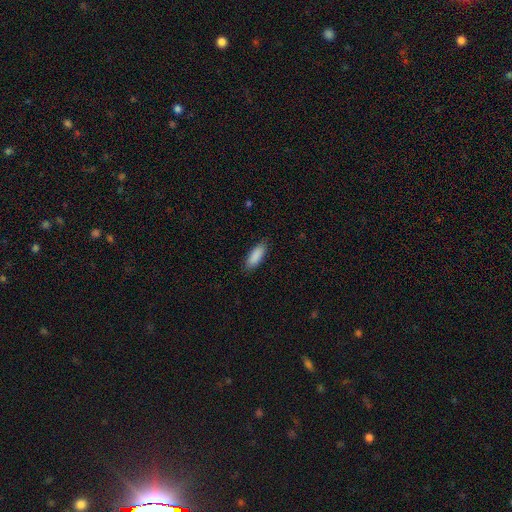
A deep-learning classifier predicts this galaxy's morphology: smooth-or-featured: smooth: 90% | star or artifact: 6% | featured or disk: 4%
  how-rounded: in between: 67% | cigar-shaped: 31% | round: 2%
  merging: none: 86% | minor disturbance: 11% | major disturbance: 2% | merger: 1%